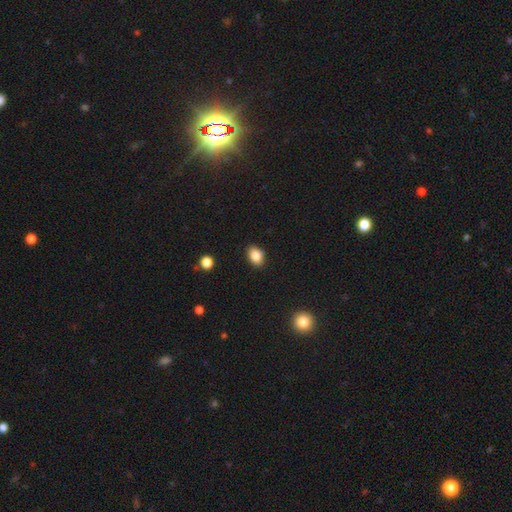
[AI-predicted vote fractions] smooth-or-featured: smooth: 85% | star or artifact: 9% | featured or disk: 6%
  how-rounded: in between: 73% | round: 26% | cigar-shaped: 1%
  merging: none: 88% | minor disturbance: 9% | major disturbance: 2% | merger: 1%